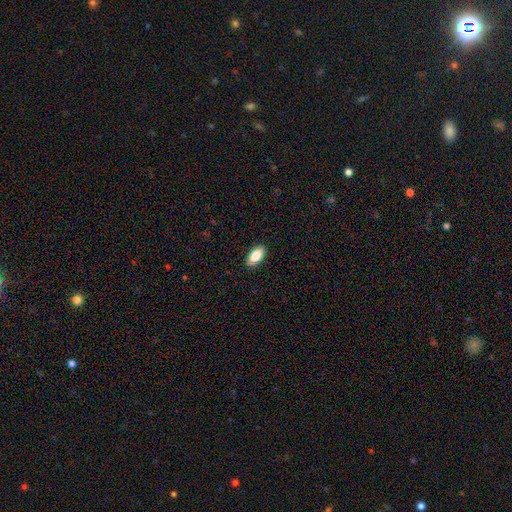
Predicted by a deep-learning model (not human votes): Overall: smooth (87%). How rounded: in between (91%). Merging: none (90%).